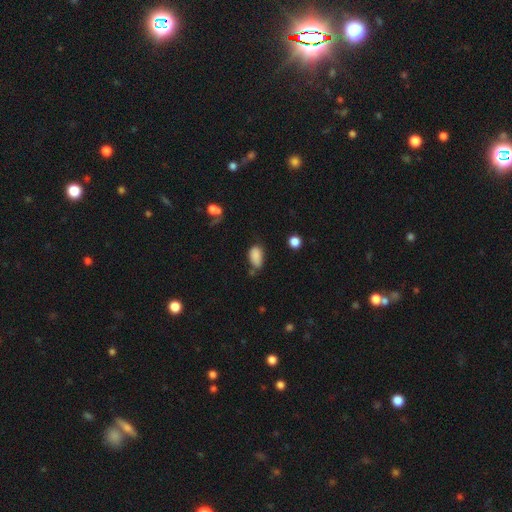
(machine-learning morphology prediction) smooth_or_featured: smooth (p=0.85) [alt: star or artifact p=0.09]
how_rounded: in between (p=0.92) [alt: round p=0.06]
merging: none (p=0.51) [alt: minor disturbance p=0.30]